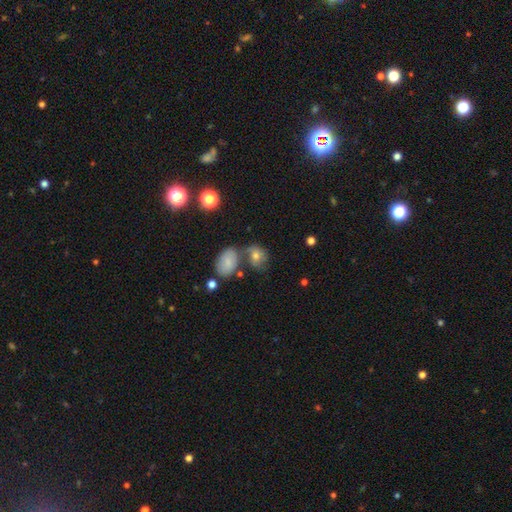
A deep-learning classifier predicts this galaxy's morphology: Q: Smooth or featured?
A: smooth (43%); runner-up: star or artifact (35%)
Q: Merging?
A: none (50%); runner-up: merger (30%)